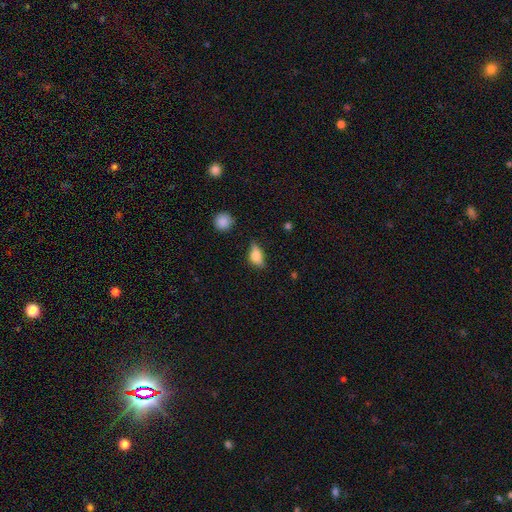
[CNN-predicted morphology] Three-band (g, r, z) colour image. It shows a smooth galaxy with no disk features (70%) that is in between round and cigar-shaped (80%). Merging: none (57%).